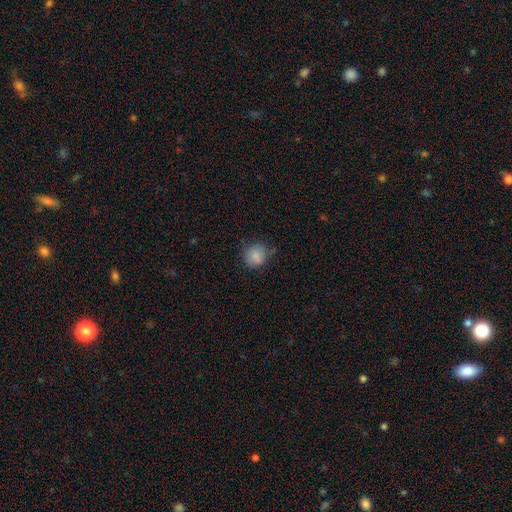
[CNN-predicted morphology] smooth_or_featured: smooth (p=0.86) [alt: star or artifact p=0.09]
how_rounded: round (p=0.86) [alt: in between p=0.13]
merging: none (p=0.74) [alt: minor disturbance p=0.19]